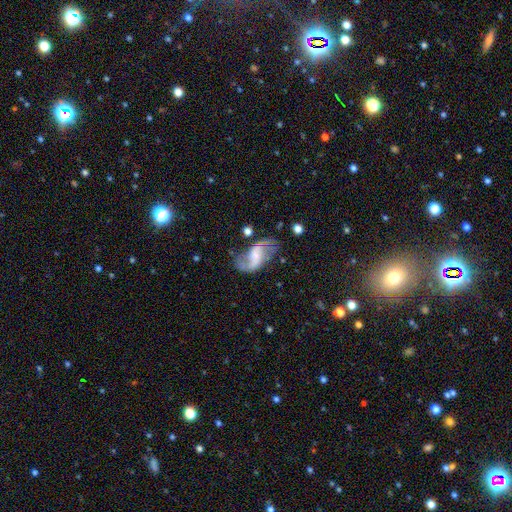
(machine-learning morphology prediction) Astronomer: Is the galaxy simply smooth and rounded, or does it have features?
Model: featured or disk — 74%.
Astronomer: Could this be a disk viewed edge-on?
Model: no — 97%.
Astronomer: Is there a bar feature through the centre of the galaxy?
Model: weak — 44% (runner-up: no, 40%).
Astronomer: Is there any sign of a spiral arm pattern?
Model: yes — 89%.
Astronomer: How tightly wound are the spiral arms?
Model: loose — 62%.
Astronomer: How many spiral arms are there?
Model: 2 — 82%.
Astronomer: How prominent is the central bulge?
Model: small — 37% (runner-up: none, 31%).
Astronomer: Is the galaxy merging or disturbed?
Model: none — 51%.